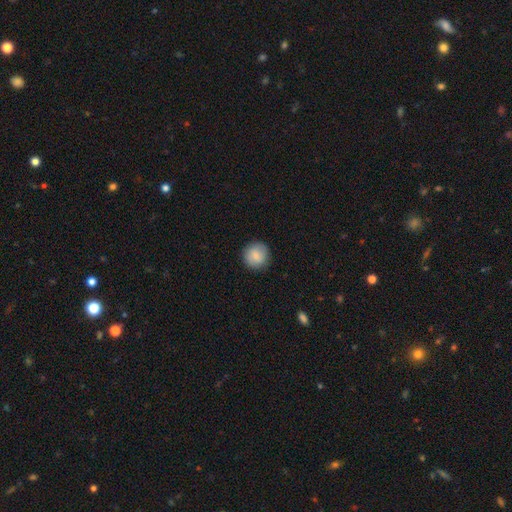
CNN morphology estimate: smooth-or-featured: smooth: 82% | featured or disk: 11% | star or artifact: 7%
  how-rounded: round: 94% | in between: 5% | cigar-shaped: 1%
  merging: none: 89% | minor disturbance: 8% | major disturbance: 2% | merger: 1%